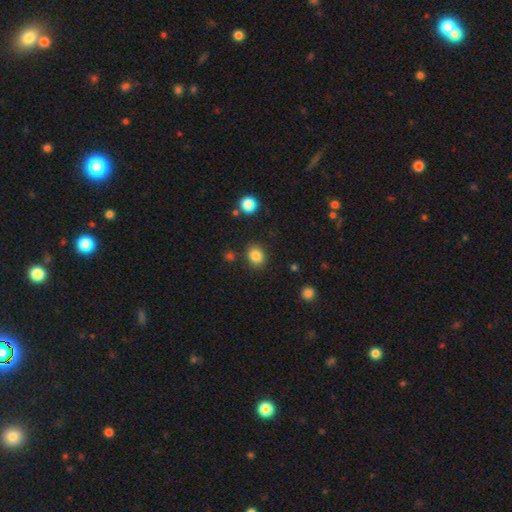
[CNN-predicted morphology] smooth_or_featured: smooth (p=0.85) [alt: star or artifact p=0.10]
how_rounded: round (p=0.58) [alt: in between p=0.41]
merging: none (p=0.85) [alt: minor disturbance p=0.09]